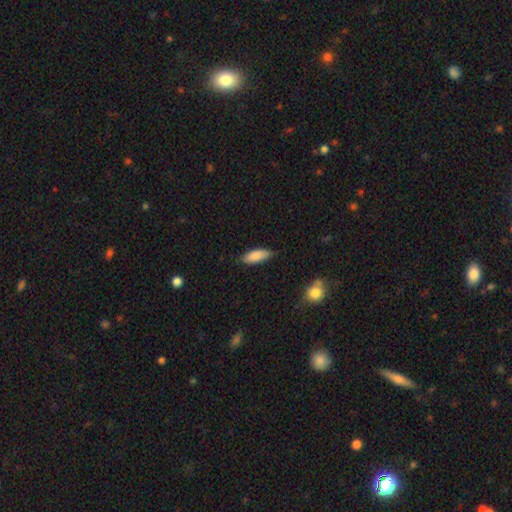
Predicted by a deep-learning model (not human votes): Smooth or featured? smooth (87%)
How rounded? in between (68%)
Merging? none (81%)